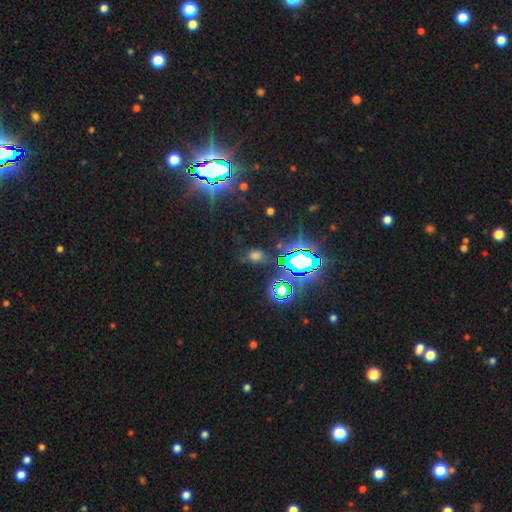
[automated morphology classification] A star or artifact, not a galaxy (52%).

Vote fractions:
- Smooth or featured? star or artifact: 52% / smooth: 38% / featured or disk: 10%